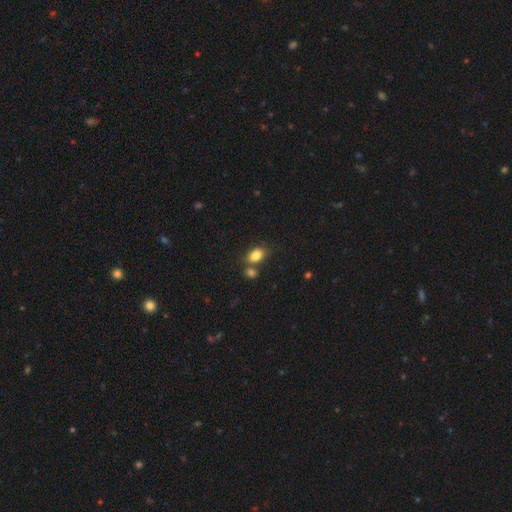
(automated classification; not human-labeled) A smooth galaxy with no disk features (82%) that is in between round and cigar-shaped (83%). Merging: none (60%).